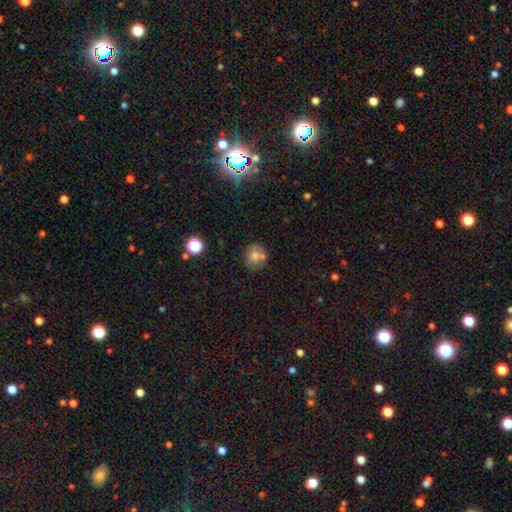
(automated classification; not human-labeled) smooth 73%, featured or disk 15%, star or artifact 11%. Down the decision tree: how rounded — round (80%); merging — none (63%).